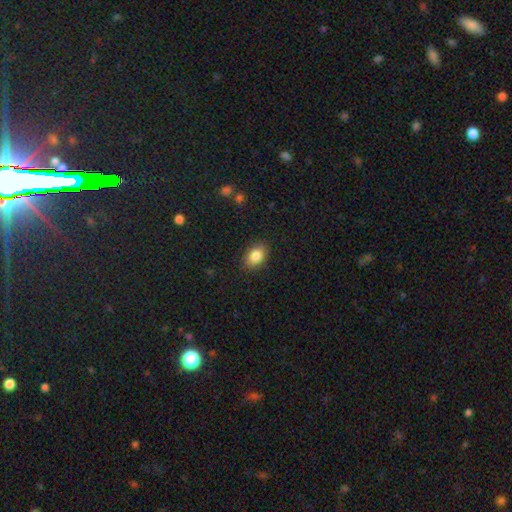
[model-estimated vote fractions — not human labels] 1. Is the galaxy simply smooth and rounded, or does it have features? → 86% smooth, 8% star or artifact, 6% featured or disk.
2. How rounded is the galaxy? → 79% in between, 20% round, 1% cigar-shaped.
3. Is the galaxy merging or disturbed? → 87% none, 9% minor disturbance, 3% major disturbance, 1% merger.